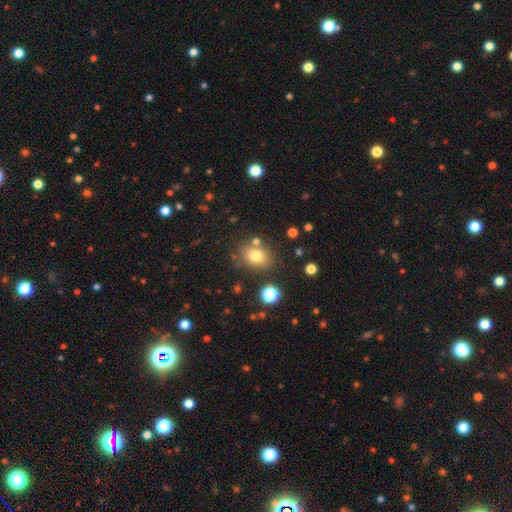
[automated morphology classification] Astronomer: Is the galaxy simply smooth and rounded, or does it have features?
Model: smooth — 76%.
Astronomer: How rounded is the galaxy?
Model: round — 51% (runner-up: in between, 48%).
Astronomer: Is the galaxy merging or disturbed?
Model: none — 74%.